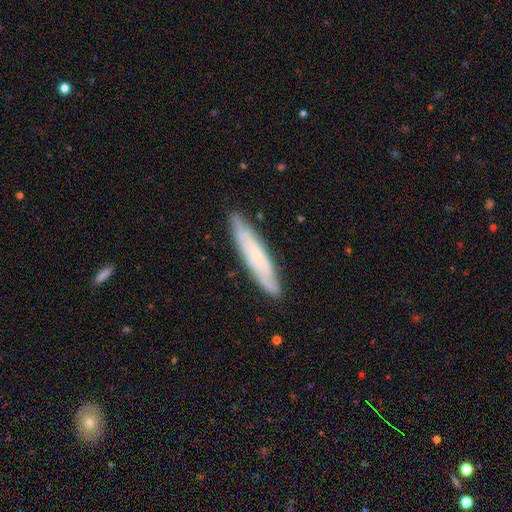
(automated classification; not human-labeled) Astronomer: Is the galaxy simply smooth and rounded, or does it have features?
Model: featured or disk — 51% (runner-up: smooth, 42%).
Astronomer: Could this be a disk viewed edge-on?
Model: yes — 54% (runner-up: no, 46%).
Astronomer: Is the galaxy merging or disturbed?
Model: none — 84%.